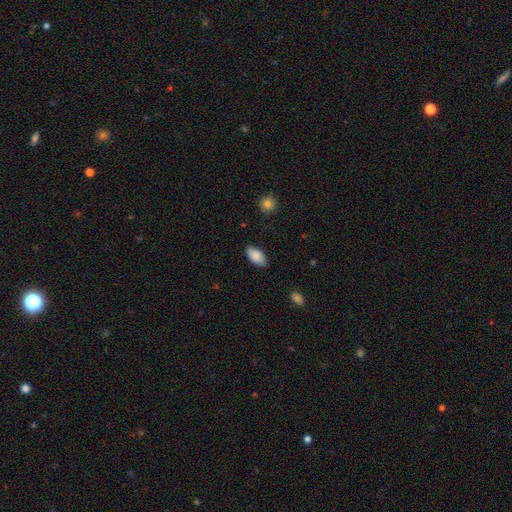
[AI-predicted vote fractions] A smooth galaxy with no disk features (87%) that is in between round and cigar-shaped (94%). Merging: none (83%).